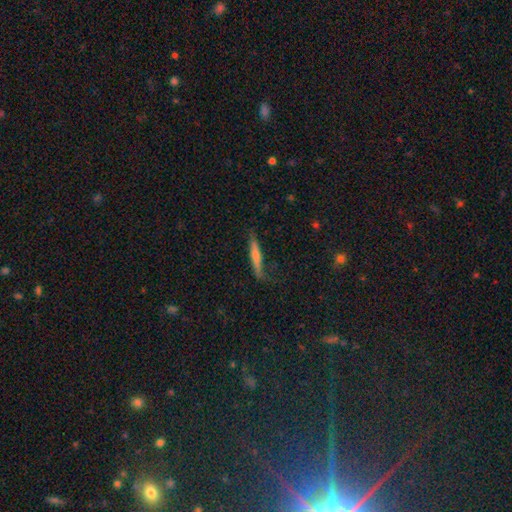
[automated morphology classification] smooth_or_featured: smooth (p=0.61) [alt: featured or disk p=0.33]
how_rounded: cigar-shaped (p=0.92) [alt: in between p=0.06]
merging: none (p=0.69) [alt: minor disturbance p=0.22]